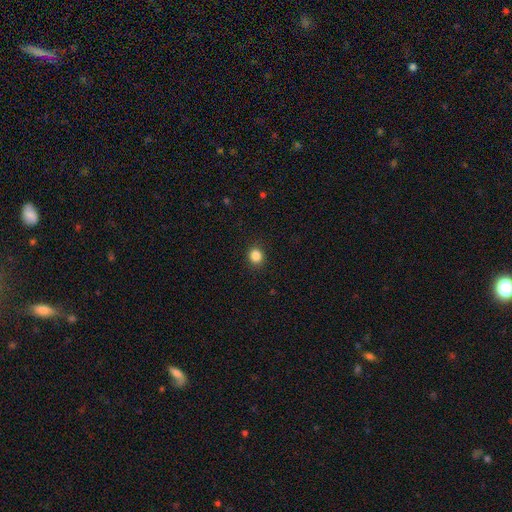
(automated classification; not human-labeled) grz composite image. It shows a smooth galaxy with no disk features (85%) that is round (82%). Merging: none (91%).